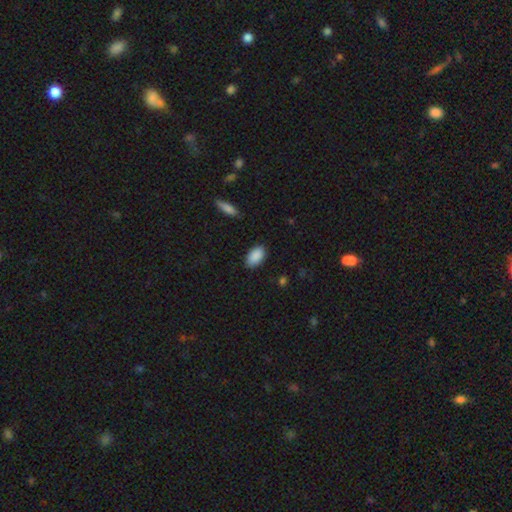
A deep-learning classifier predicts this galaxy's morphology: The model was most divided on "merging": none: 86%, minor disturbance: 10%, major disturbance: 2%, merger: 1%. More confident: how rounded — in between (93%); smooth or featured — smooth (90%).